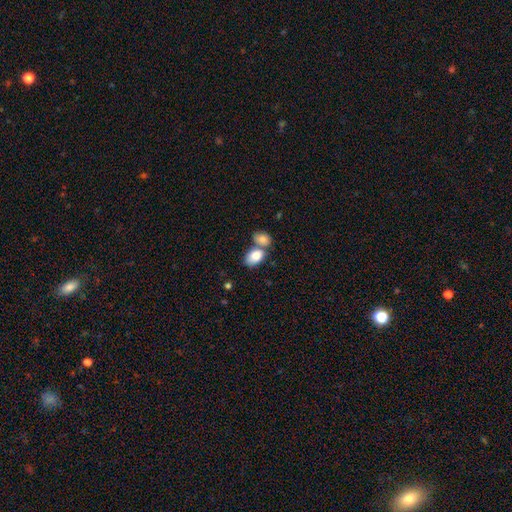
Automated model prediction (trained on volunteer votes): smooth-or-featured: smooth: 84% | featured or disk: 10% | star or artifact: 7%
  how-rounded: in between: 87% | round: 11% | cigar-shaped: 1%
  merging: merger: 55% | none: 31% | minor disturbance: 10% | major disturbance: 4%